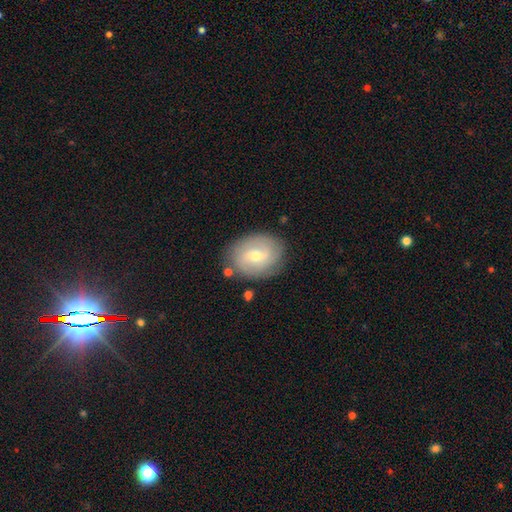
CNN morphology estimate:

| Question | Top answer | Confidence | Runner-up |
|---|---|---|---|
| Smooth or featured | featured or disk | 59% | smooth (33%) |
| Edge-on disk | no | 95% | yes (5%) |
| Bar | weak | 48% | no (40%) |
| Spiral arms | yes | 78% | no (22%) |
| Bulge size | moderate | 50% | small (46%) |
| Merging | none | 80% | minor disturbance (13%) |